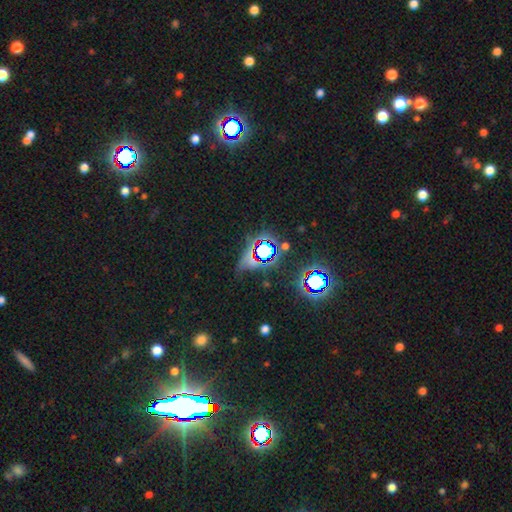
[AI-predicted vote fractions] smooth_or_featured: star or artifact (p=0.63) [alt: smooth p=0.23]